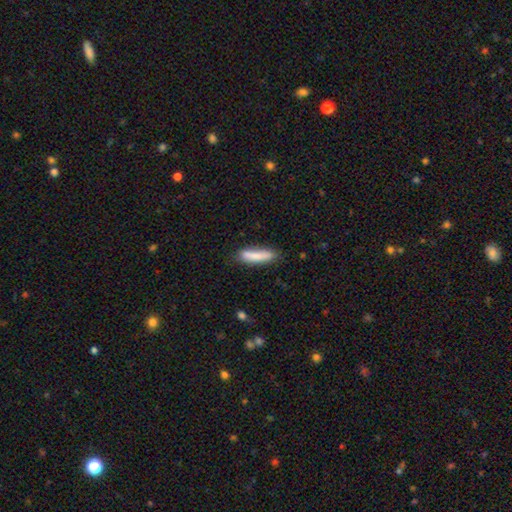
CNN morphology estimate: smooth_or_featured: smooth (p=0.80) [alt: featured or disk p=0.13]
how_rounded: cigar-shaped (p=0.78) [alt: in between p=0.21]
merging: none (p=0.75) [alt: minor disturbance p=0.18]